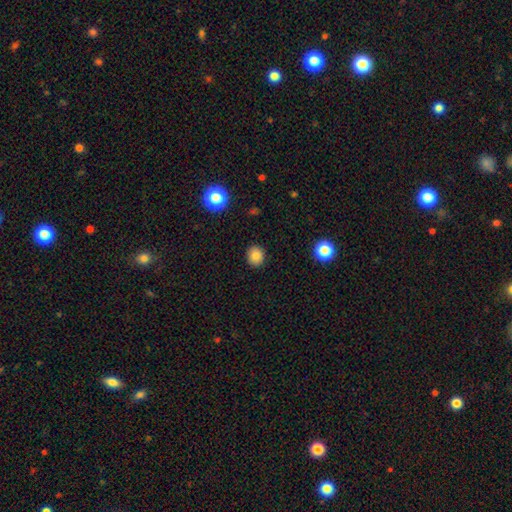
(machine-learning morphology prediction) Q: Smooth or featured?
A: smooth (83%); runner-up: star or artifact (11%)
Q: How rounded?
A: round (83%); runner-up: in between (16%)
Q: Merging?
A: none (91%); runner-up: minor disturbance (6%)